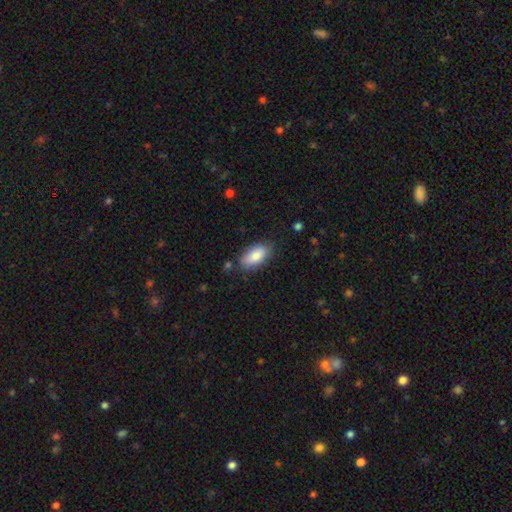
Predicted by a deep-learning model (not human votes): A smooth galaxy with no disk features (82%) that is in between round and cigar-shaped (92%).

Vote fractions:
- Smooth or featured? smooth: 82% / featured or disk: 11% / star or artifact: 7%
- How rounded? in between: 92% / cigar-shaped: 5% / round: 4%
- Merging? none: 79% / minor disturbance: 16% / major disturbance: 3% / merger: 2%